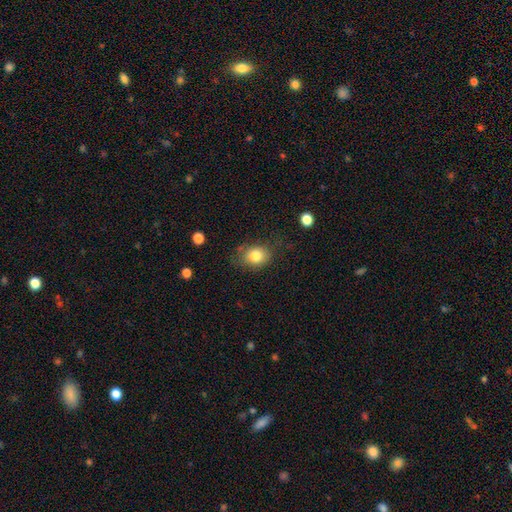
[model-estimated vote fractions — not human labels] This is clearly a smooth galaxy (80%). How rounded: possibly in between (50%). Merging: likely none (69%).